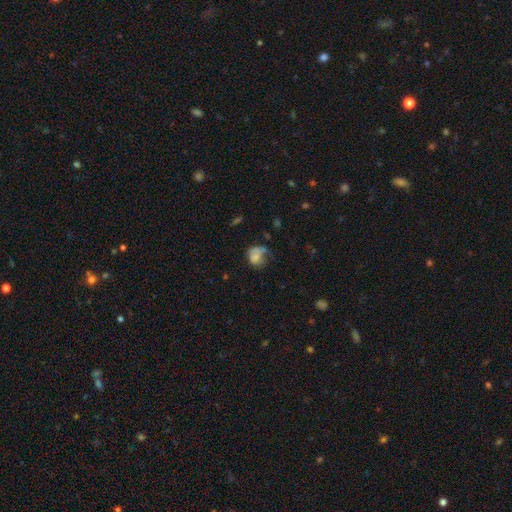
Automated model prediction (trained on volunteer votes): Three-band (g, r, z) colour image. It shows a smooth galaxy with no disk features (61%) that is round (55%). Merging: major disturbance (33%).